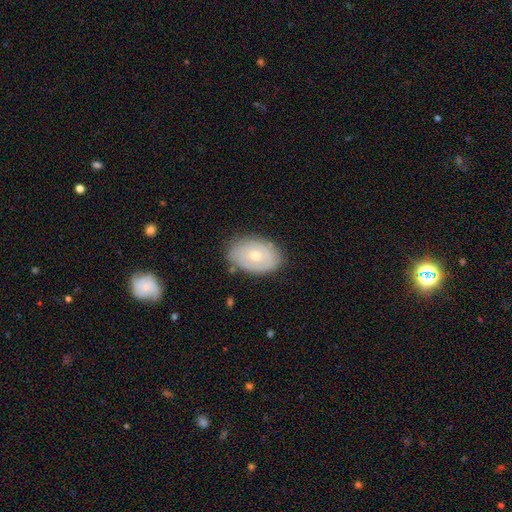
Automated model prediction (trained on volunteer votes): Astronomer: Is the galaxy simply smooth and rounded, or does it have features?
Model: featured or disk — 48% (runner-up: smooth, 46%).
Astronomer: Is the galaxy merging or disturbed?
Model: none — 79%.